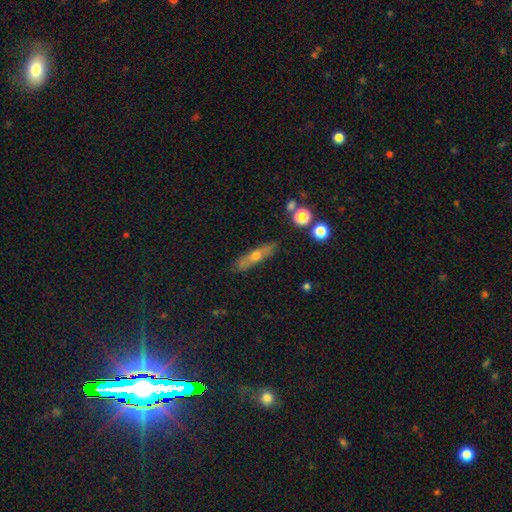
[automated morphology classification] Smooth or featured?
  - featured or disk: 47% *
  - smooth: 44%
  - star or artifact: 9%
Merging?
  - none: 84% *
  - minor disturbance: 11%
  - major disturbance: 3%
  - merger: 2%